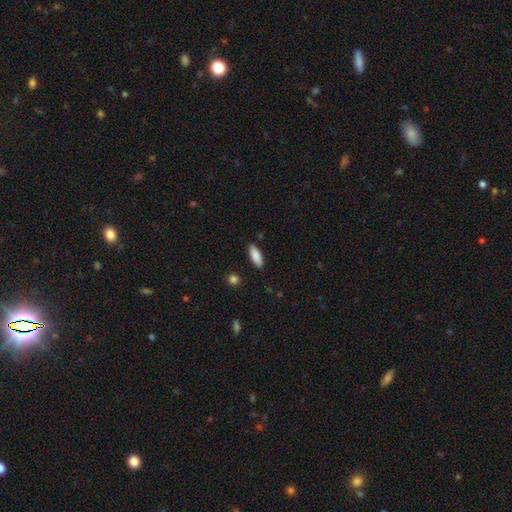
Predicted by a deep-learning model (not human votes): Smooth or featured: smooth — 88% (star or artifact — 6%)
How rounded: in between — 68% (cigar-shaped — 30%)
Merging: none — 87% (minor disturbance — 9%)